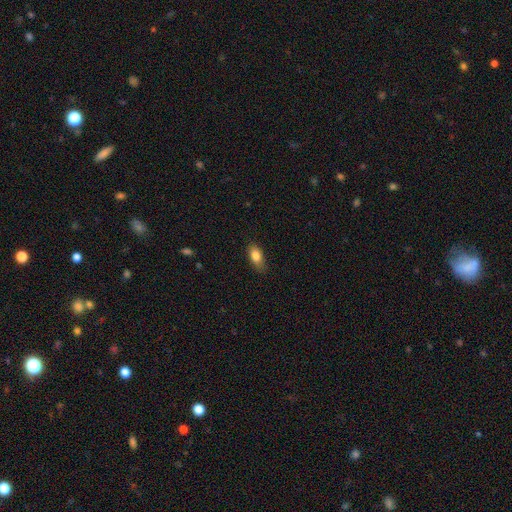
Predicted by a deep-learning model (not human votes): Smooth or featured?
  - smooth: 83% *
  - featured or disk: 9%
  - star or artifact: 7%
How rounded?
  - in between: 86% *
  - cigar-shaped: 9%
  - round: 6%
Merging?
  - none: 78% *
  - minor disturbance: 18%
  - major disturbance: 3%
  - merger: 1%